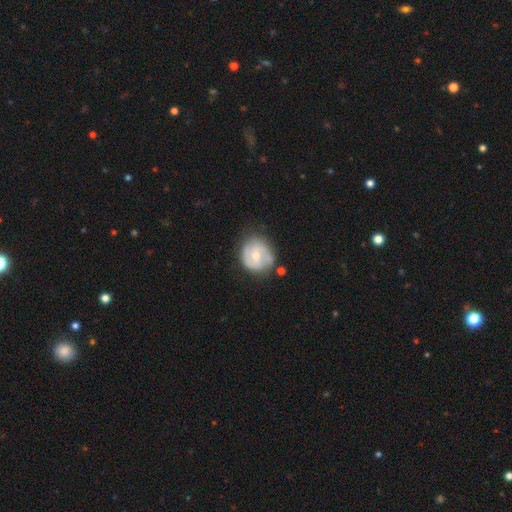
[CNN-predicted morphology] smooth_or_featured: featured or disk (p=0.58) [alt: smooth p=0.36]
disk_edge_on: no (p=0.97) [alt: yes p=0.03]
bar: no (p=0.62) [alt: weak p=0.31]
has_spiral_arms: yes (p=0.70) [alt: no p=0.30]
bulge_size: moderate (p=0.59) [alt: small p=0.36]
merging: none (p=0.64) [alt: minor disturbance p=0.24]